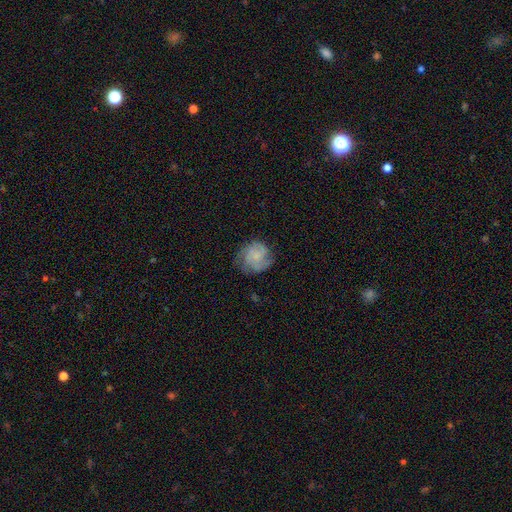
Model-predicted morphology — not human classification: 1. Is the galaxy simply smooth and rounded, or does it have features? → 64% featured or disk, 28% smooth, 7% star or artifact.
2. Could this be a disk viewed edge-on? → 98% no, 2% yes.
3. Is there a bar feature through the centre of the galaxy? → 74% no, 23% weak, 3% strong.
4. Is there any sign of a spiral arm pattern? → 91% yes, 9% no.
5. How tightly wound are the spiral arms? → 47% tight, 40% medium, 12% loose.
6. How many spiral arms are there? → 33% 2, 28% 3, 24% can't tell, 6% 4, 5% 1, 4% more than 4.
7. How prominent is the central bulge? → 49% small, 27% none, 20% moderate, 3% large, 1% dominant.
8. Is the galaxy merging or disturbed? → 67% none, 22% minor disturbance, 10% major disturbance, 1% merger.